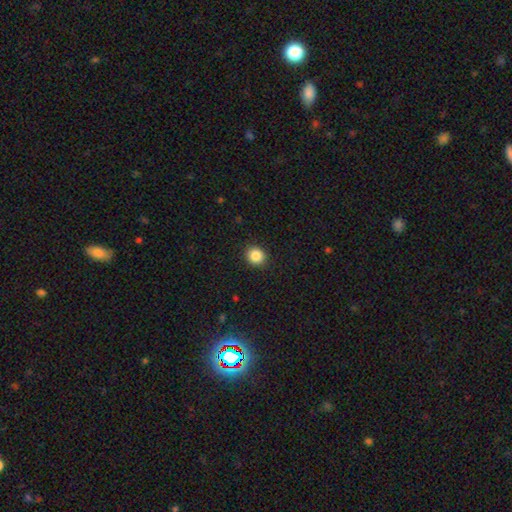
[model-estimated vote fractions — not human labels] A smooth galaxy with no disk features (87%) that is round (85%).

Vote fractions:
- Smooth or featured? smooth: 87% / star or artifact: 10% / featured or disk: 4%
- How rounded? round: 85% / in between: 15% / cigar-shaped: 1%
- Merging? none: 92% / minor disturbance: 6% / major disturbance: 2% / merger: 1%